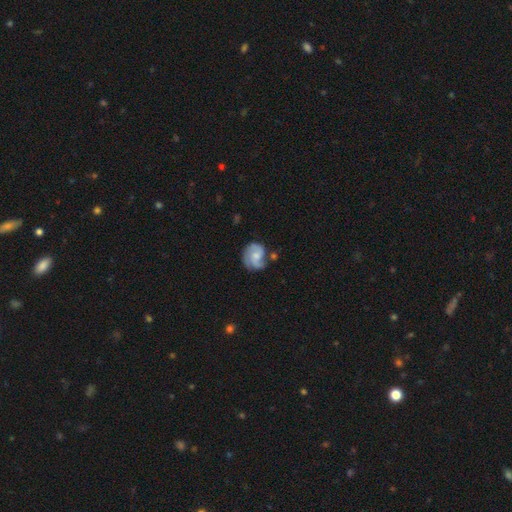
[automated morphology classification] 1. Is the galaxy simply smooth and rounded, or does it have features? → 72% featured or disk, 22% smooth, 6% star or artifact.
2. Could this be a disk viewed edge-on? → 98% no, 2% yes.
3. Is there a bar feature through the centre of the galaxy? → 65% no, 31% weak, 4% strong.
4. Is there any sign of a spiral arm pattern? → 93% yes, 7% no.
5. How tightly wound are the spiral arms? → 47% medium, 35% tight, 19% loose.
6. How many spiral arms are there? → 54% 2, 22% 3, 12% can't tell, 7% 1, 3% 4, 2% more than 4.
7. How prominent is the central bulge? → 44% small, 39% moderate, 12% none, 4% large, 1% dominant.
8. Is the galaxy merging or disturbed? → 57% none, 24% minor disturbance, 12% major disturbance, 8% merger.